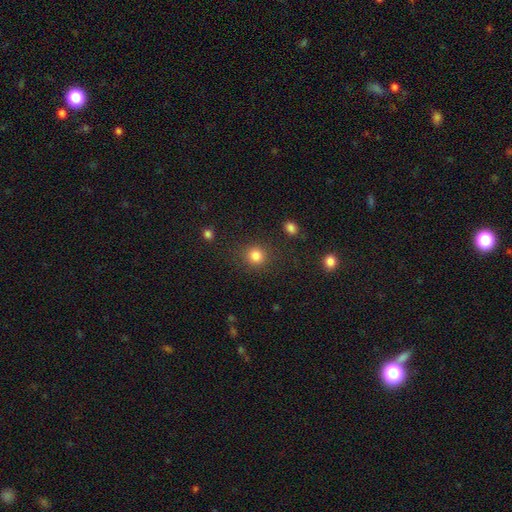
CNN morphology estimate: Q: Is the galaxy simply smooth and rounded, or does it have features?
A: smooth — 83%.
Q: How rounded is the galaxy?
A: round — 89%.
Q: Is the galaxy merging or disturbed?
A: none — 86%.